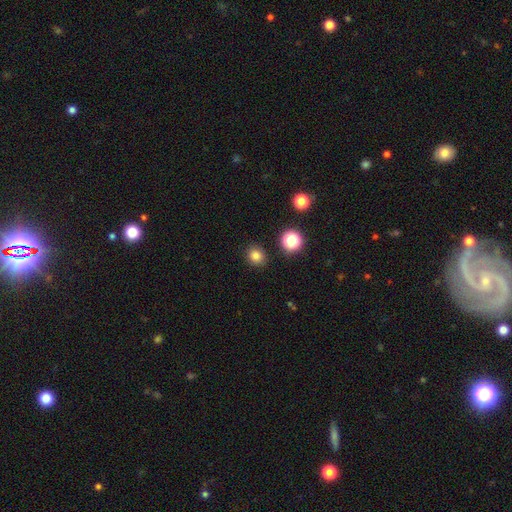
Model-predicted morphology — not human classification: Overall: smooth (81%). How rounded: round (78%). Merging: none (89%).